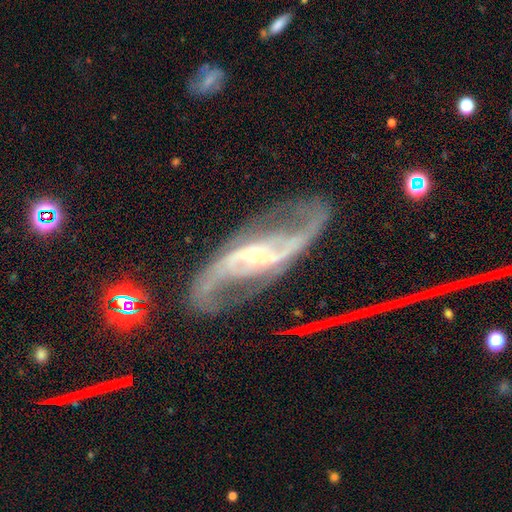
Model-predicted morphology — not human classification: This appears to be a featured or disk galaxy (90%) with a weak bar (38%), 2 (90%) medium (49%) spiral arms (97%) and a small central bulge (59%). Merging: none (71%).